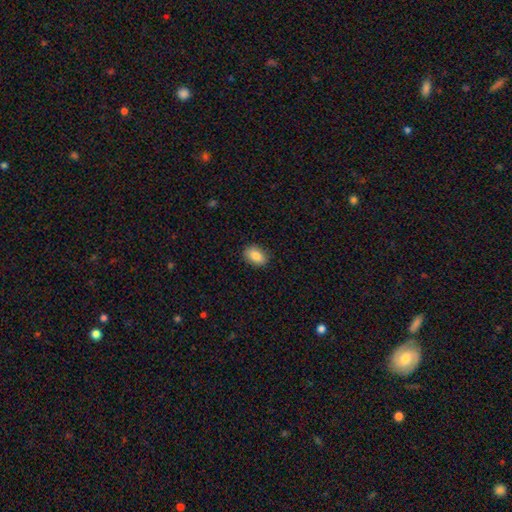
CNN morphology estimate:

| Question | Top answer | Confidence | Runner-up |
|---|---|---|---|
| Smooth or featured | smooth | 86% | star or artifact (8%) |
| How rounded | in between | 82% | round (16%) |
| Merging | none | 87% | minor disturbance (10%) |